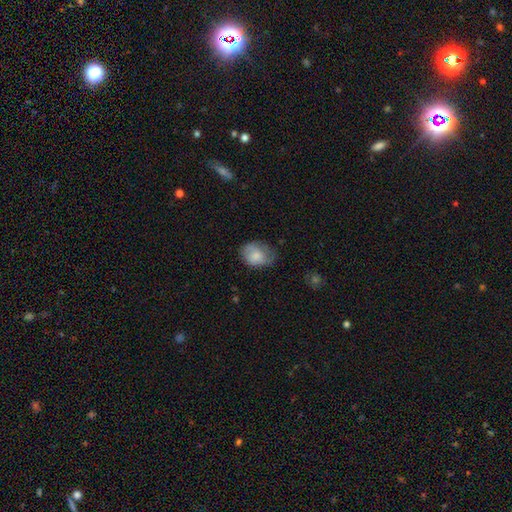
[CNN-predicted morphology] type=smooth (69%); roundness=in between (63%); merging=none (52%).